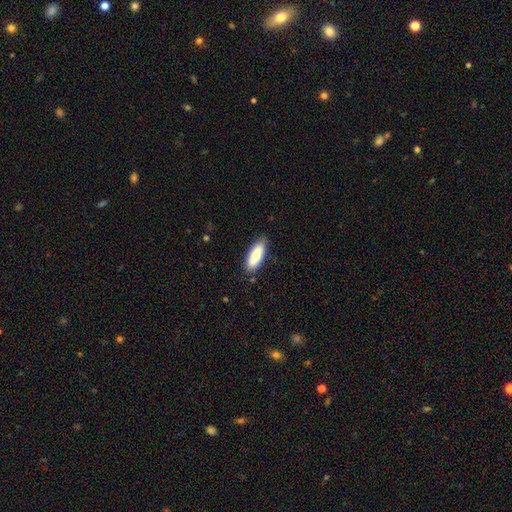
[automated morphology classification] Smooth or featured? smooth (80%)
How rounded? in between (73%)
Merging? none (83%)